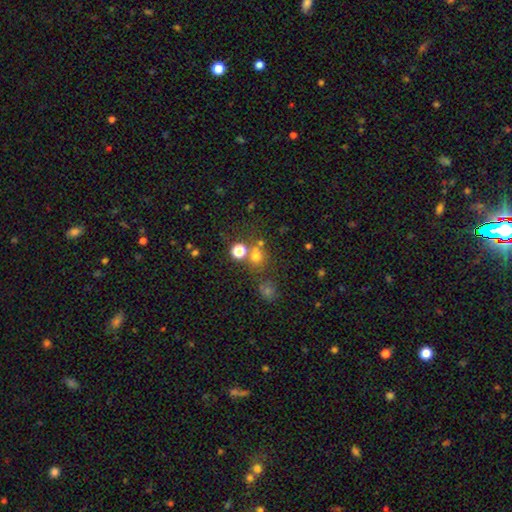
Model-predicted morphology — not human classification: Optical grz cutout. It shows a smooth galaxy with no disk features (66%) that is round (84%). Merging: none (62%).